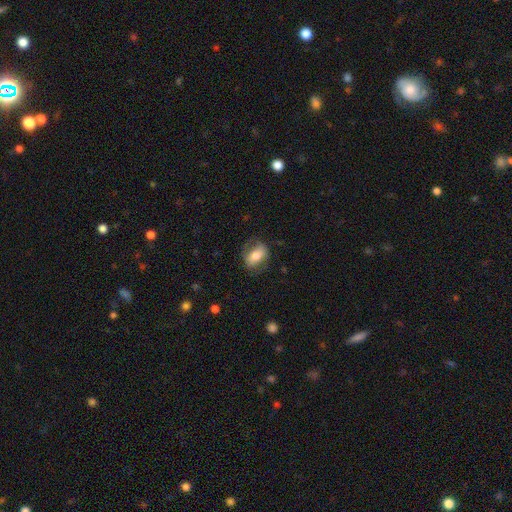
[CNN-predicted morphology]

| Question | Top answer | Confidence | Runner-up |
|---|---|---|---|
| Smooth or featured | smooth | 62% | featured or disk (31%) |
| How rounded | in between | 82% | round (14%) |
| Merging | none | 66% | minor disturbance (21%) |